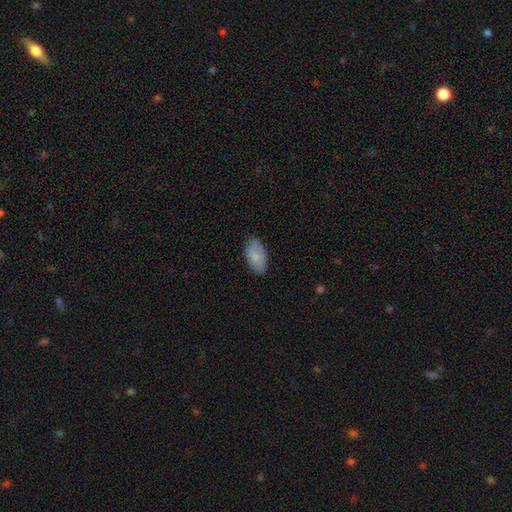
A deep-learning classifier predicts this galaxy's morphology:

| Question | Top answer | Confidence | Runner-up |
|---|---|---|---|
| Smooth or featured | smooth | 82% | featured or disk (11%) |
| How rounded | in between | 95% | round (3%) |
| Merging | none | 81% | minor disturbance (15%) |